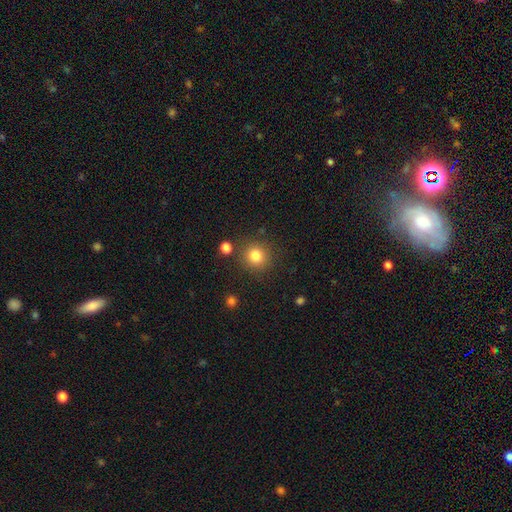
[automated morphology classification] smooth-or-featured: smooth: 82% | star or artifact: 12% | featured or disk: 6%
  how-rounded: round: 91% | in between: 8% | cigar-shaped: 1%
  merging: none: 85% | minor disturbance: 8% | merger: 4% | major disturbance: 3%